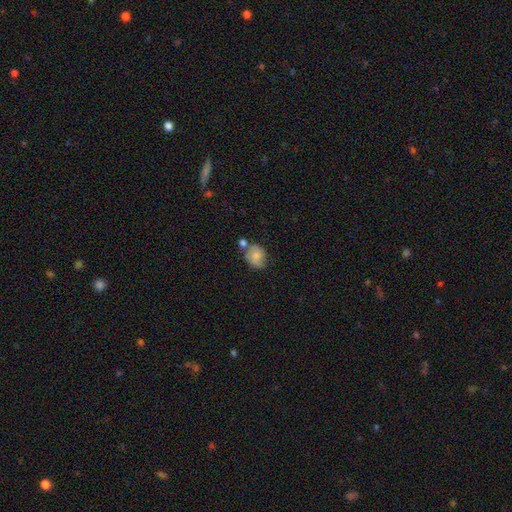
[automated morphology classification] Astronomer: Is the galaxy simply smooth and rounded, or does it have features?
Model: smooth — 67%.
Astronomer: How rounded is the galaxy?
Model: round — 51% (runner-up: in between, 48%).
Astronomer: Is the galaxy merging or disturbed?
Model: none — 46% (runner-up: minor disturbance, 24%).